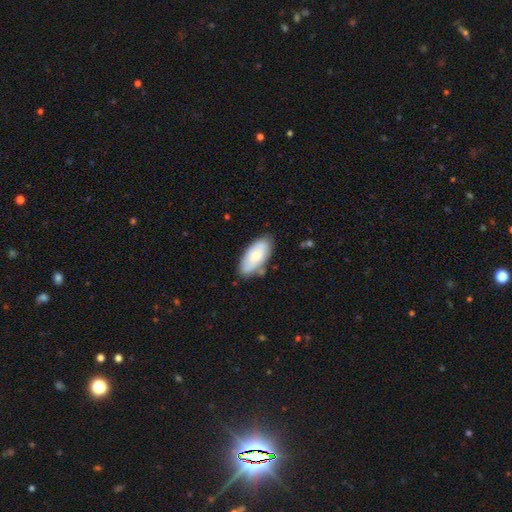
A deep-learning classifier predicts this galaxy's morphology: Smooth or featured: smooth — 63% (featured or disk — 31%)
How rounded: in between — 91% (cigar-shaped — 7%)
Merging: none — 75% (minor disturbance — 18%)